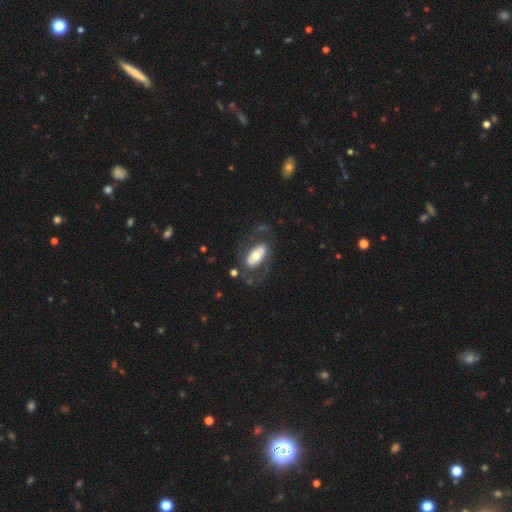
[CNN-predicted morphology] smooth_or_featured: featured or disk (p=0.52) [alt: smooth p=0.42]
disk_edge_on: no (p=0.89) [alt: yes p=0.11]
merging: none (p=0.63) [alt: major disturbance p=0.18]